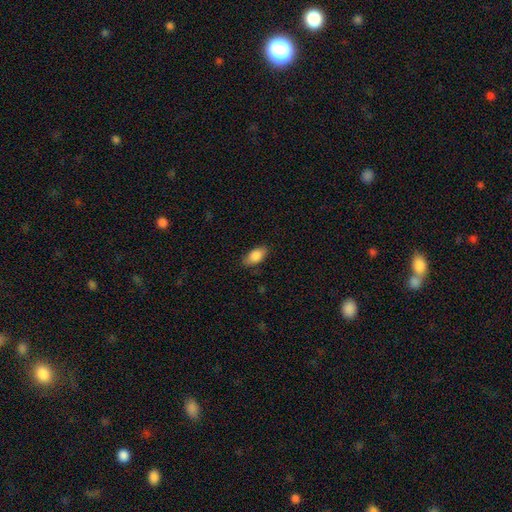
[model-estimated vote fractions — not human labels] This is clearly a smooth galaxy (87%). How rounded: clearly in between (91%). Merging: clearly none (84%).